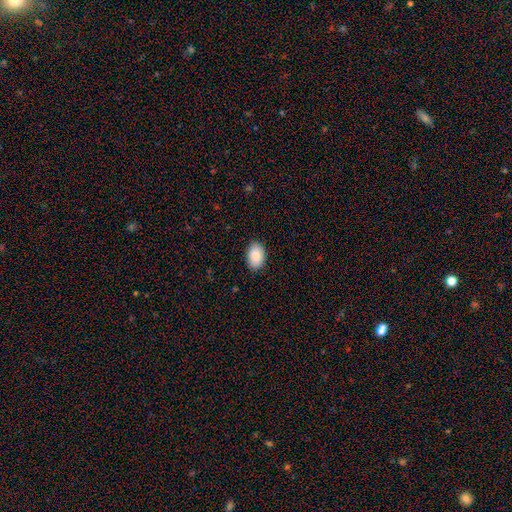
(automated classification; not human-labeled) Smooth or featured: smooth — 87% (star or artifact — 7%)
How rounded: in between — 88% (round — 11%)
Merging: none — 88% (minor disturbance — 9%)